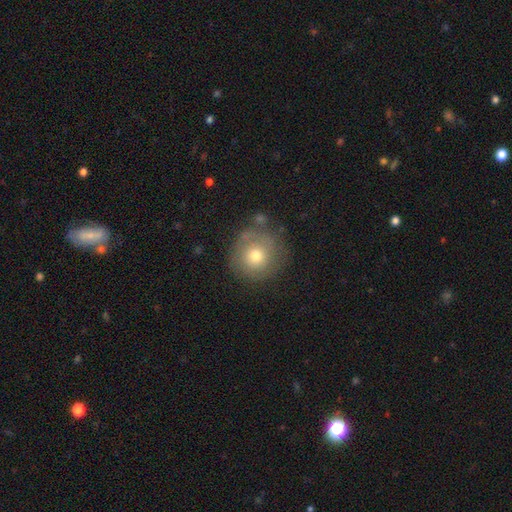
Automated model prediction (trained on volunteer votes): smooth-or-featured: smooth: 66% | featured or disk: 24% | star or artifact: 10%
  how-rounded: round: 93% | in between: 6% | cigar-shaped: 1%
  merging: none: 74% | minor disturbance: 16% | major disturbance: 7% | merger: 4%